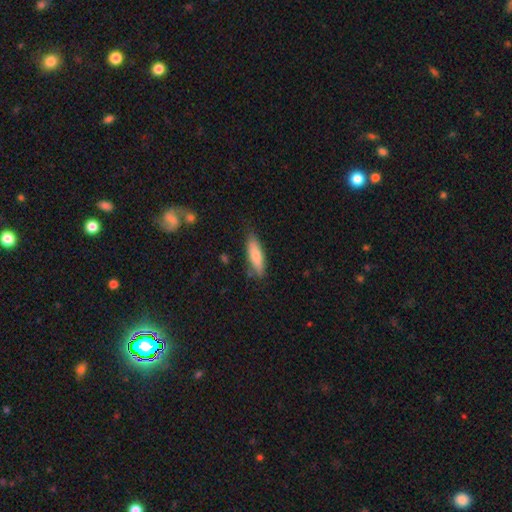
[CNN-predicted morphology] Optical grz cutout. It shows a smooth galaxy with no disk features (77%) that is cigar-shaped (52%). Merging: none (78%).